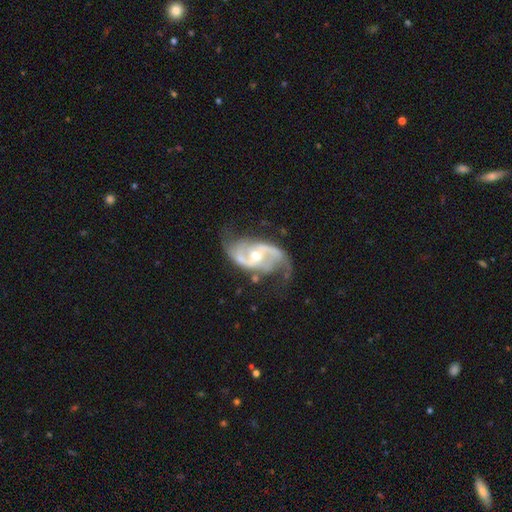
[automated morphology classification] The model was most divided on "spiral winding" (2-way tie): medium: 44%, loose: 44%, tight: 13%. Remaining: edge-on disk — no (97%); spiral arms — yes (97%); smooth or featured — featured or disk (91%); spiral arm count — 2 (89%); merging — none (63%); bulge size — moderate (60%); bar — weak (41%).